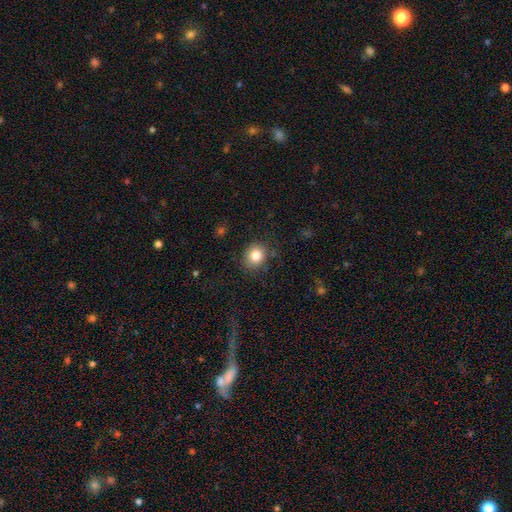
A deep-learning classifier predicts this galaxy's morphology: Q: Smooth or featured?
A: smooth (82%); runner-up: star or artifact (10%)
Q: How rounded?
A: round (73%); runner-up: in between (26%)
Q: Merging?
A: none (85%); runner-up: minor disturbance (11%)